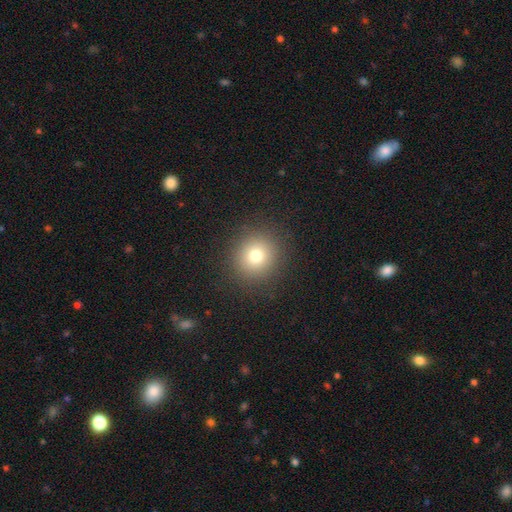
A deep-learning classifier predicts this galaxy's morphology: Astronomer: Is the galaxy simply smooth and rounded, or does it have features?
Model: smooth — 76%.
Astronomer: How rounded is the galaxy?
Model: round — 89%.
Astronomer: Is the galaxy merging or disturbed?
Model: none — 90%.